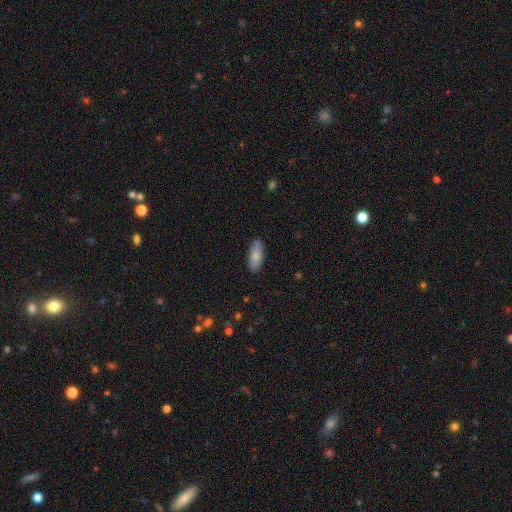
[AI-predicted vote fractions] Smooth or featured?
  - smooth: 82% *
  - featured or disk: 12%
  - star or artifact: 6%
How rounded?
  - in between: 79% *
  - cigar-shaped: 19%
  - round: 2%
Merging?
  - none: 85% *
  - minor disturbance: 12%
  - major disturbance: 2%
  - merger: 1%